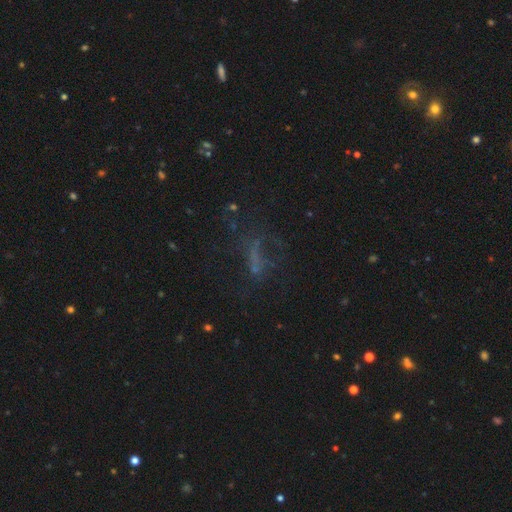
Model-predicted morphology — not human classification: Smooth or featured?
  - star or artifact: 37% *
  - smooth: 32%
  - featured or disk: 31%